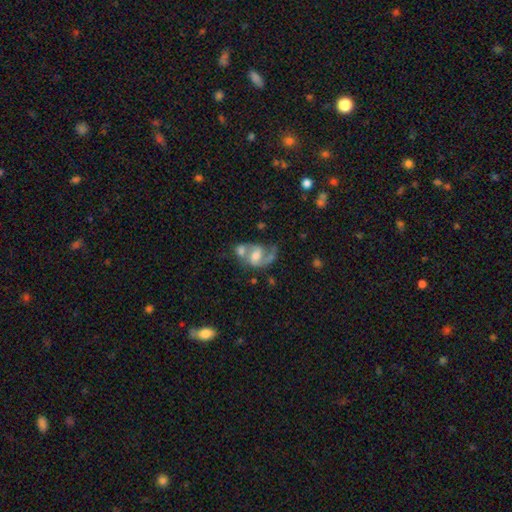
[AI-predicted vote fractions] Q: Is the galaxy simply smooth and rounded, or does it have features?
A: featured or disk — 73%.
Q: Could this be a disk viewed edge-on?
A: no — 97%.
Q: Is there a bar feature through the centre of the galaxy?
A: weak — 46%.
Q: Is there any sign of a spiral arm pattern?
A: yes — 89%.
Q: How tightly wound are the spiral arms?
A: medium — 46%.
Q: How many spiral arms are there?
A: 2 — 70%.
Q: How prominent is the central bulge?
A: moderate — 46%.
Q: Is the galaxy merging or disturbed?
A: merger — 46%.